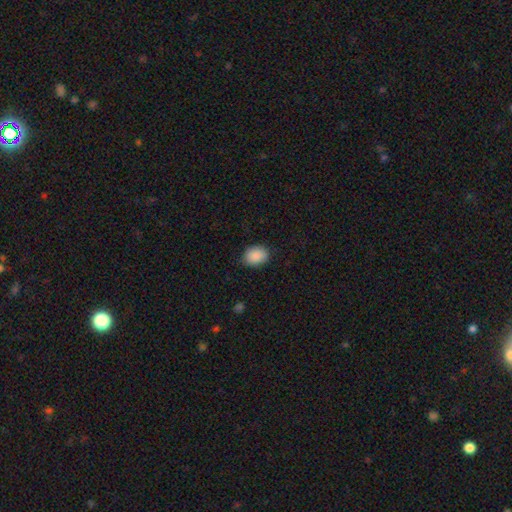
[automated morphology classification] type=smooth (90%); roundness=in between (67%); merging=none (83%).